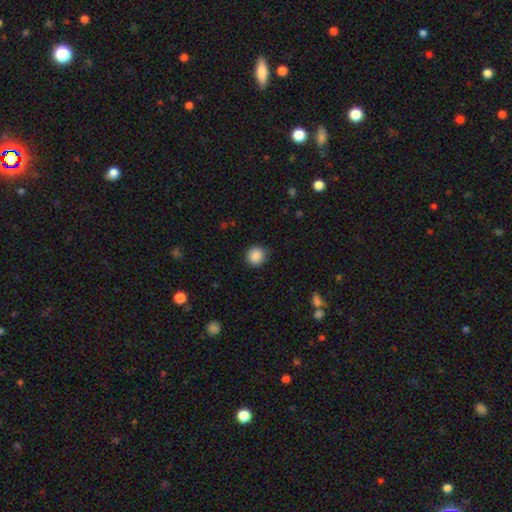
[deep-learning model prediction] smooth_or_featured: smooth (p=0.88) [alt: star or artifact p=0.09]
how_rounded: round (p=0.90) [alt: in between p=0.09]
merging: none (p=0.87) [alt: minor disturbance p=0.09]